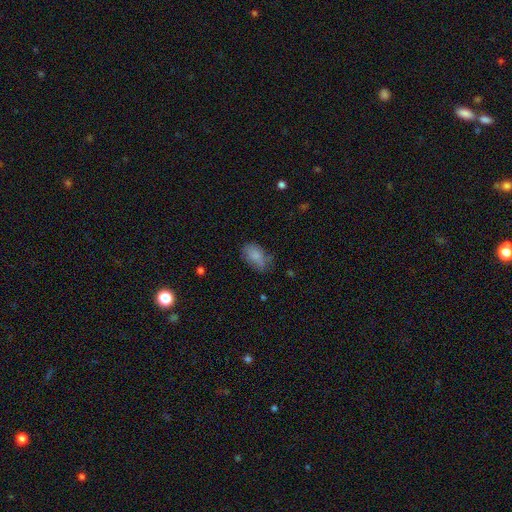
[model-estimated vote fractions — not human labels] The model was most divided on "merging": none: 59%, minor disturbance: 29%, major disturbance: 9%, merger: 3%. More confident: how rounded — in between (90%); smooth or featured — smooth (82%).